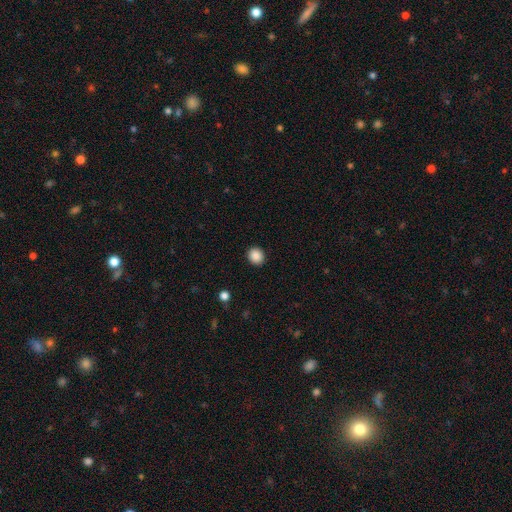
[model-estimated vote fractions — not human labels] smooth 88%, star or artifact 9%, featured or disk 3%. Down the decision tree: how rounded — round (80%); merging — none (92%).